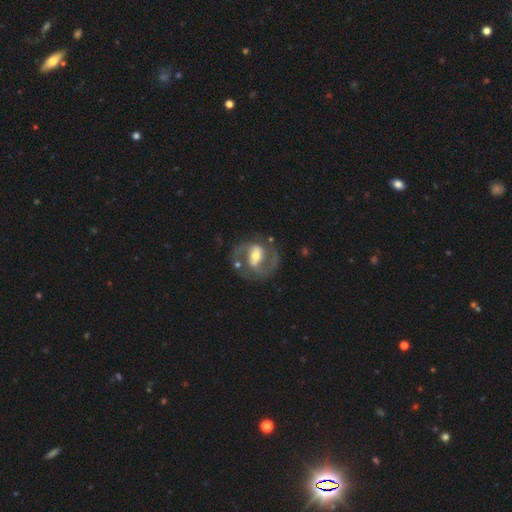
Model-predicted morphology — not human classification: type=featured or disk (88%); edge-on=no (98%); bar=strong (44%); spiral arms=yes (94%); winding=medium (61%); arm count=2 (91%); bulge=moderate (61%); merging=none (73%).